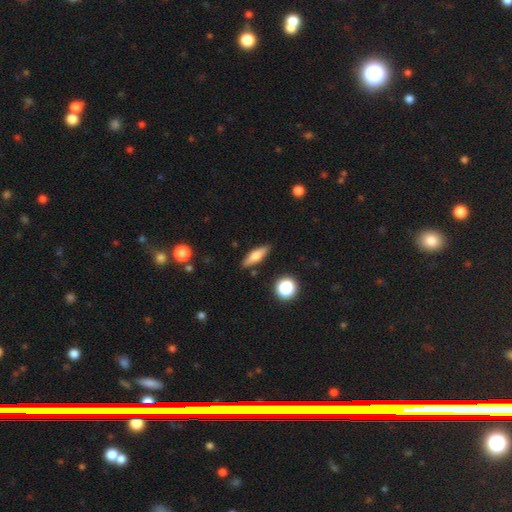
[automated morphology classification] Overall: smooth (59%; featured or disk 33%). How rounded: cigar-shaped (54%; in between 41%). Merging: none (86%).